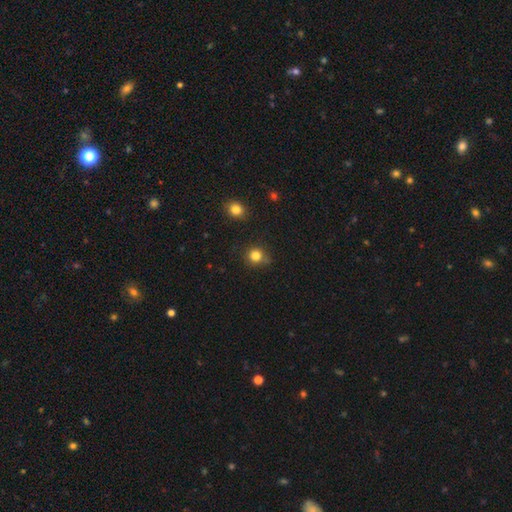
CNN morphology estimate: Smooth or featured? smooth (82%)
How rounded? round (89%)
Merging? none (79%)